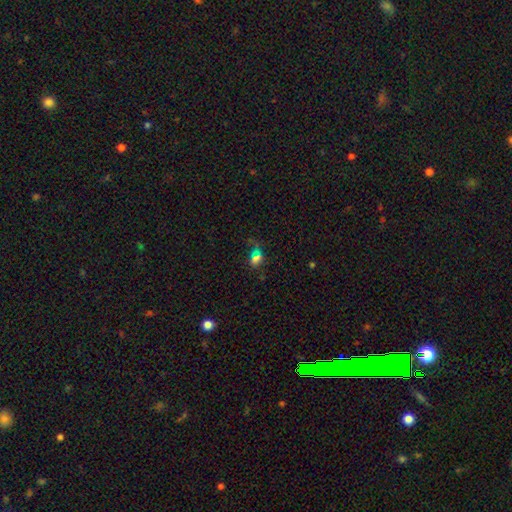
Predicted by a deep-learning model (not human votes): This is likely a smooth galaxy (64%). How rounded: likely in between (73%). Merging: marginally none (42%).